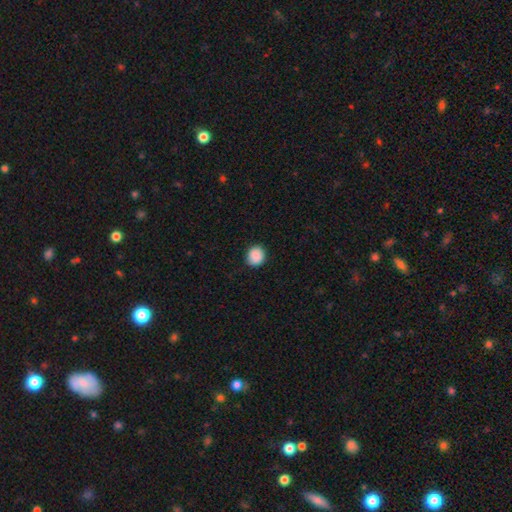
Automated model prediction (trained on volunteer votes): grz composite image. It shows a smooth galaxy with no disk features (88%) that is round (79%). Merging: none (88%).